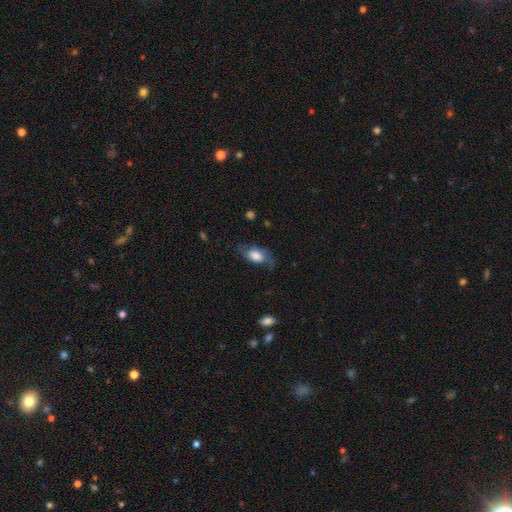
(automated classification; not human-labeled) Smooth or featured? Predicted: smooth (p=0.61). How rounded? Predicted: in between (p=0.86). Merging? Predicted: none (p=0.57).